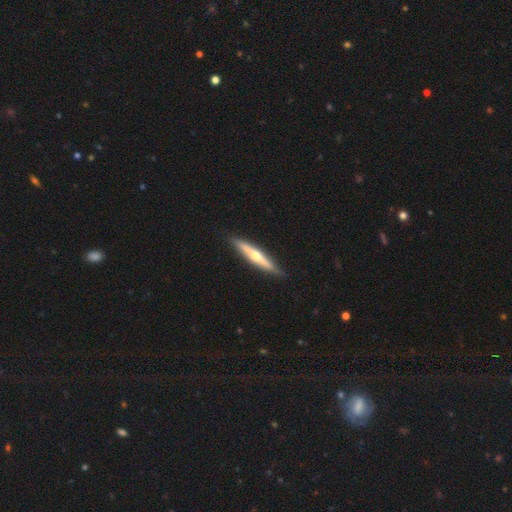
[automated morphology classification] smooth-or-featured: featured or disk: 63% | smooth: 33% | star or artifact: 5%
  disk-edge-on: yes: 96% | no: 4%
    edge-on-bulge: rounded: 88% | none: 8% | boxy: 3%
  merging: none: 90% | minor disturbance: 8% | major disturbance: 1% | merger: 1%